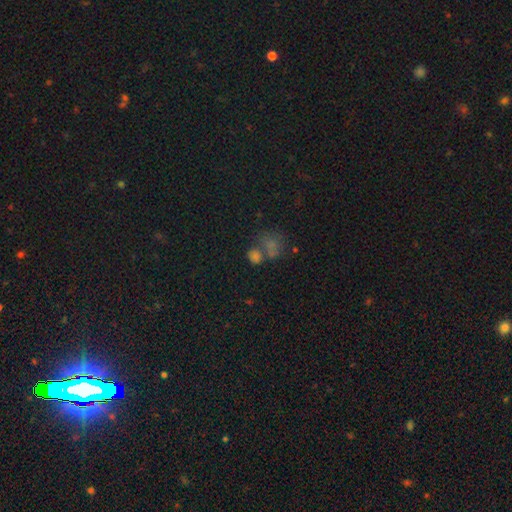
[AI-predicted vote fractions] This is likely a smooth galaxy (63%). How rounded: possibly round (58%). Merging: marginally merger (44%).